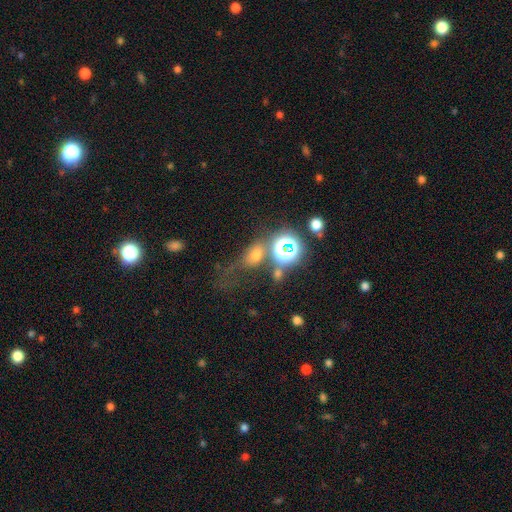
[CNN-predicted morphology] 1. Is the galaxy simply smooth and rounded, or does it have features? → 59% smooth, 28% star or artifact, 14% featured or disk.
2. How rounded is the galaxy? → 61% in between, 36% round, 3% cigar-shaped.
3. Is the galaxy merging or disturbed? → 50% none, 17% minor disturbance, 17% major disturbance, 16% merger.